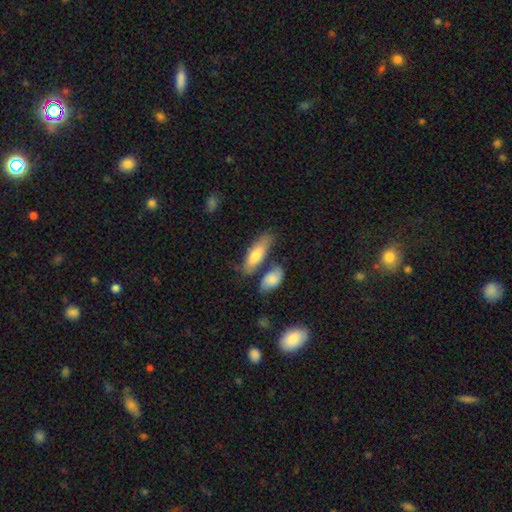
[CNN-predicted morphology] This is likely a smooth galaxy (74%). How rounded: likely in between (64%). Merging: possibly none (59%).